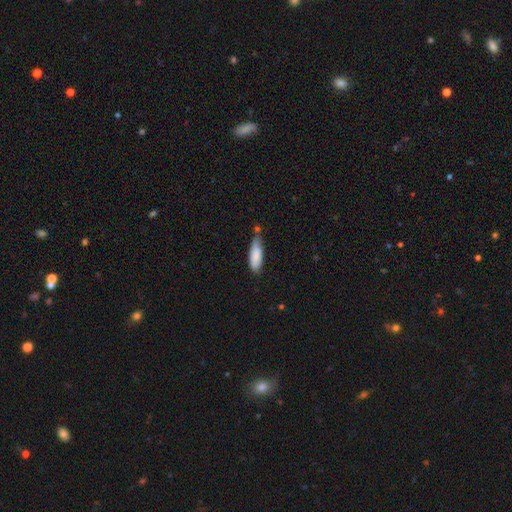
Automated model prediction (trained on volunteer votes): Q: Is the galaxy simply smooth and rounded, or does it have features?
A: smooth — 84%.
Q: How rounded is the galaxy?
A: in between — 56%.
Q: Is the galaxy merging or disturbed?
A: none — 46%.